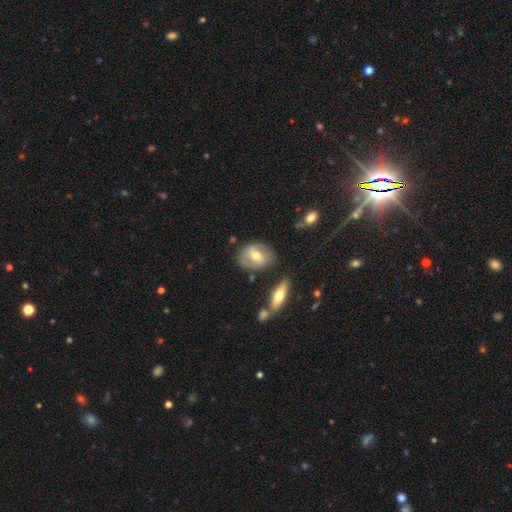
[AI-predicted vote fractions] Smooth or featured?
  - featured or disk: 52% *
  - smooth: 42%
  - star or artifact: 6%
Edge-on disk?
  - no: 89% *
  - yes: 11%
Merging?
  - none: 73% *
  - minor disturbance: 17%
  - major disturbance: 5%
  - merger: 5%